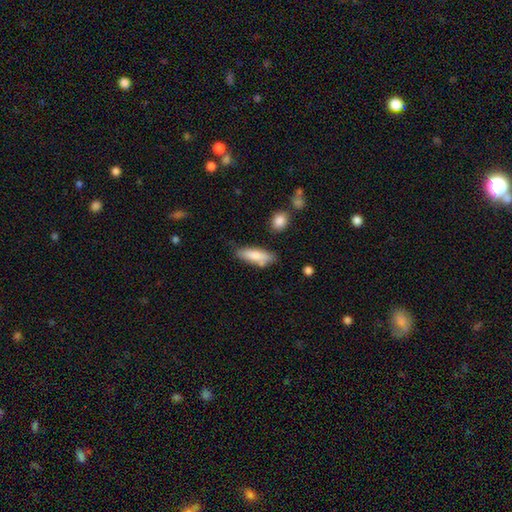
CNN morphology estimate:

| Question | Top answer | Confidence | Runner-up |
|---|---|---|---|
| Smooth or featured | smooth | 79% | featured or disk (15%) |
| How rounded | in between | 56% | cigar-shaped (42%) |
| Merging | none | 66% | minor disturbance (21%) |